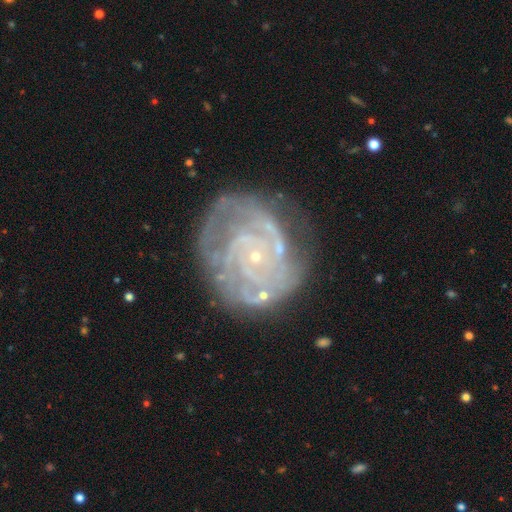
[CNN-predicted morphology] smooth_or_featured: featured or disk (p=0.86) [alt: smooth p=0.07]
disk_edge_on: no (p=0.98) [alt: yes p=0.02]
bar: no (p=0.77) [alt: weak p=0.18]
has_spiral_arms: yes (p=0.93) [alt: no p=0.07]
spiral_winding: tight (p=0.71) [alt: medium p=0.24]
spiral_arm_count: can't tell (p=0.31) [alt: 2 p=0.22]
bulge_size: small (p=0.87) [alt: moderate p=0.06]
merging: none (p=0.65) [alt: minor disturbance p=0.20]